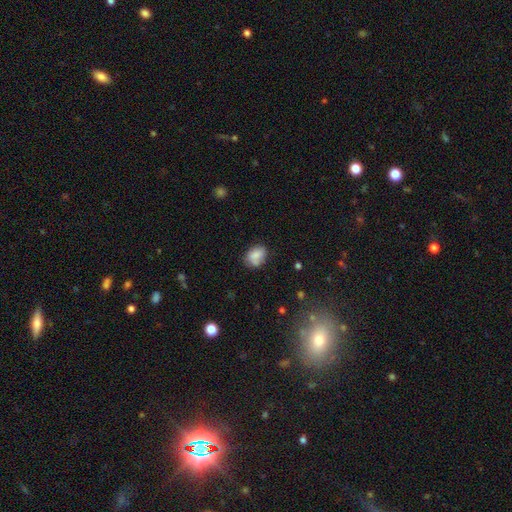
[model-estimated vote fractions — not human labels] smooth 80%, featured or disk 11%, star or artifact 9%. Down the decision tree: how rounded — in between (68%); merging — none (60%).